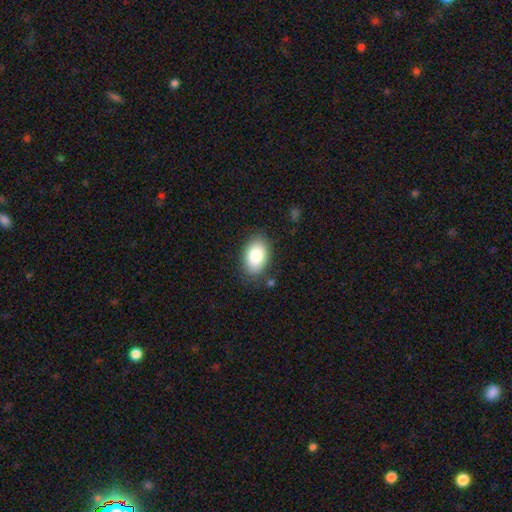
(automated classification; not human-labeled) A smooth galaxy with no disk features (85%) that is in between round and cigar-shaped (89%). Merging: none (83%).